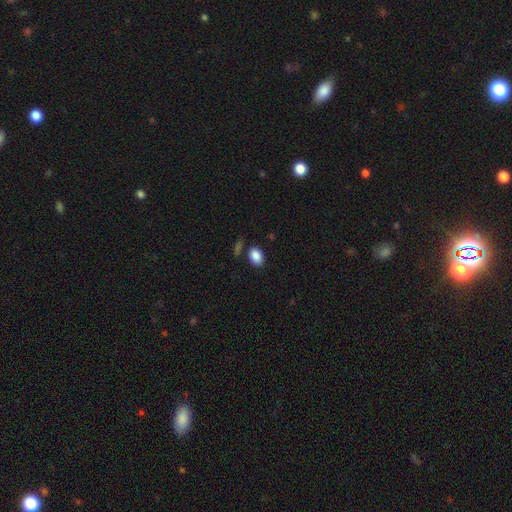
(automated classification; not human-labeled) Q: Smooth or featured?
A: smooth (88%); runner-up: star or artifact (8%)
Q: How rounded?
A: in between (83%); runner-up: round (16%)
Q: Merging?
A: none (81%); runner-up: minor disturbance (11%)